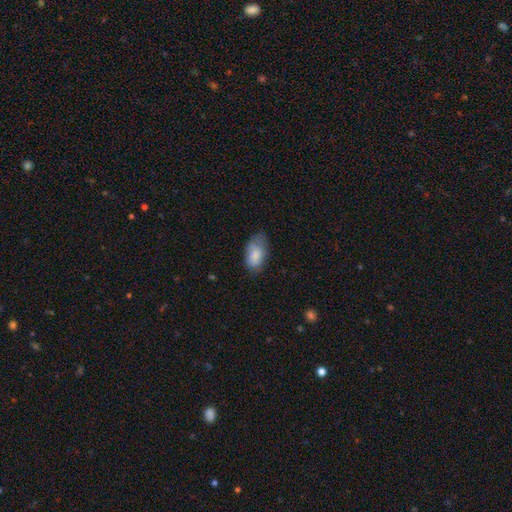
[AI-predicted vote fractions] smooth 81%, featured or disk 11%, star or artifact 8%. Down the decision tree: how rounded — in between (92%); merging — none (50%).